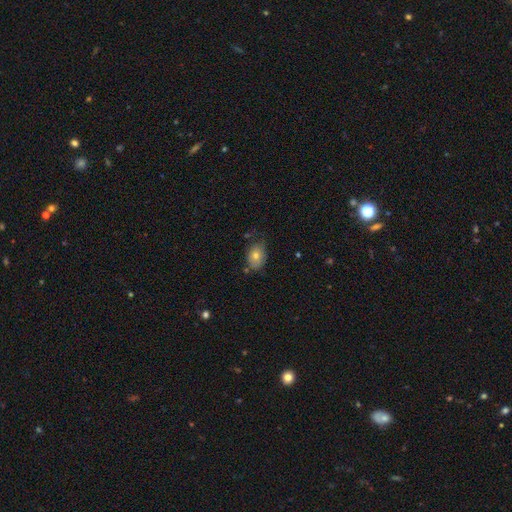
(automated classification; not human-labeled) A smooth galaxy with no disk features (73%) that is in between round and cigar-shaped (73%). Merging: none (63%).